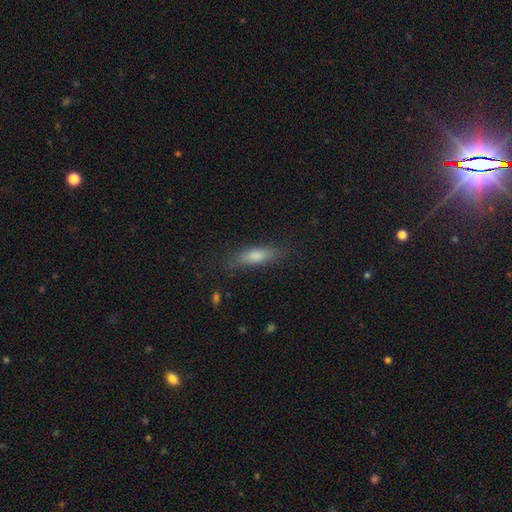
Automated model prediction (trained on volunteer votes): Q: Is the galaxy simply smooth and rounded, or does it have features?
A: smooth — 74%.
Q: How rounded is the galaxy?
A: cigar-shaped — 54%.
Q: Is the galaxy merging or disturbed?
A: none — 81%.